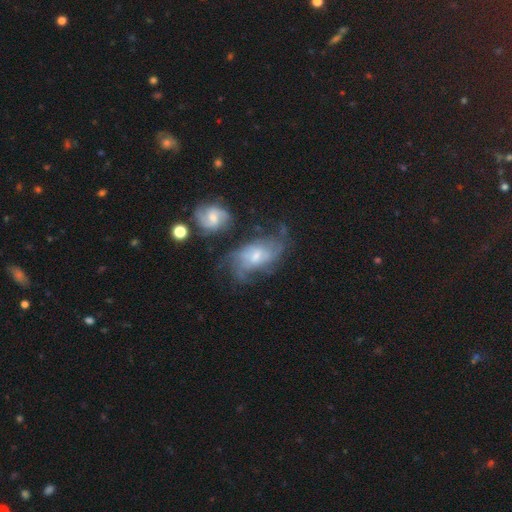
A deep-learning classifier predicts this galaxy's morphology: featured or disk 68%, smooth 24%, star or artifact 8%. Down the decision tree: edge-on disk — no (95%); bar — no (48%); spiral arms — yes (80%); spiral arm count — can't tell (47%); spiral winding — medium (42%); bulge size — small (45%); merging — none (40%).